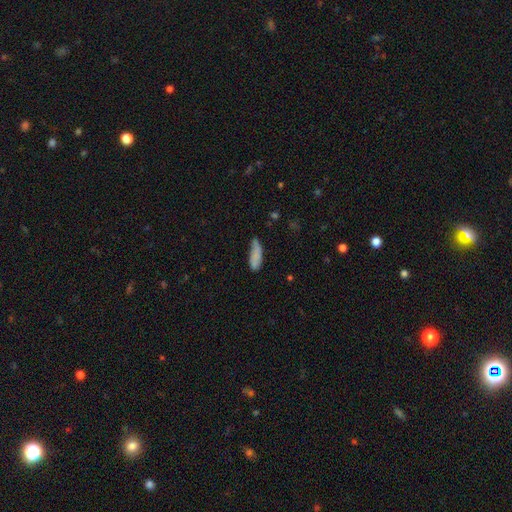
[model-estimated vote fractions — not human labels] Smooth or featured? Predicted: smooth (p=0.80). How rounded? Predicted: in between (p=0.61). Merging? Predicted: none (p=0.49).